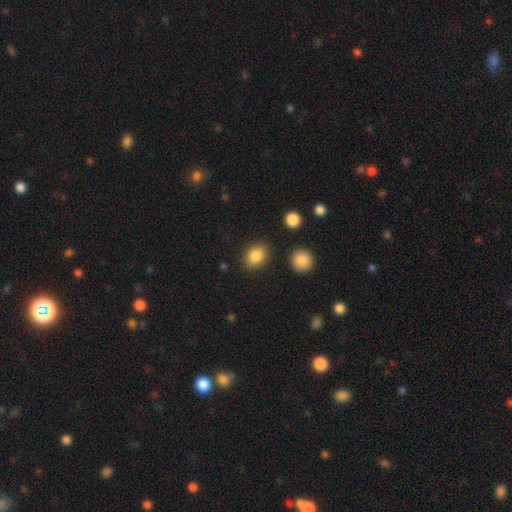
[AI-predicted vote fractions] A smooth galaxy with no disk features (86%) that is in between round and cigar-shaped (52%).

Vote fractions:
- Smooth or featured? smooth: 86% / star or artifact: 9% / featured or disk: 5%
- How rounded? in between: 52% / round: 47% / cigar-shaped: 1%
- Merging? none: 85% / minor disturbance: 9% / merger: 3% / major disturbance: 3%